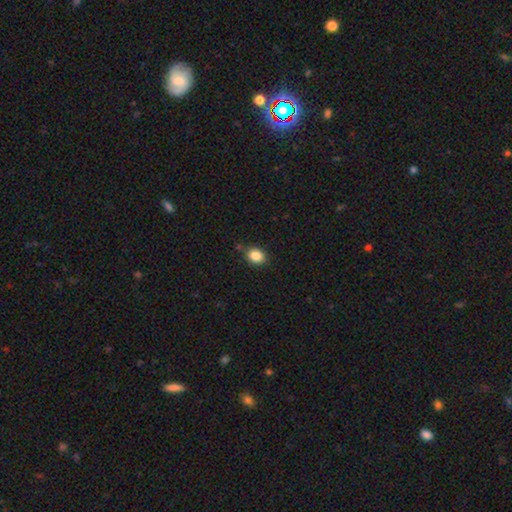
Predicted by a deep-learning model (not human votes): smooth_or_featured: smooth (p=0.86) [alt: star or artifact p=0.10]
how_rounded: in between (p=0.54) [alt: round p=0.46]
merging: none (p=0.84) [alt: minor disturbance p=0.10]